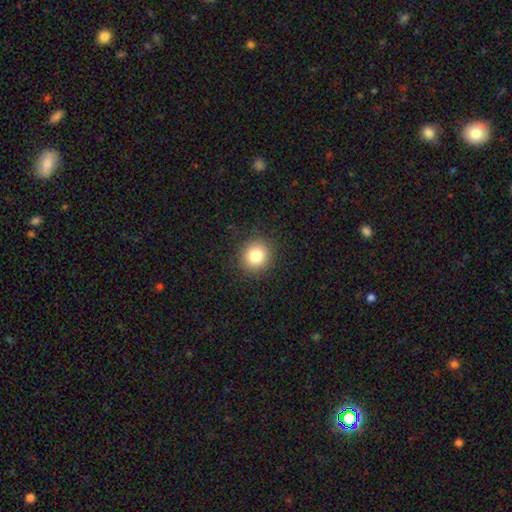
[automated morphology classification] Q: Smooth or featured?
A: smooth (82%); runner-up: star or artifact (11%)
Q: How rounded?
A: round (87%); runner-up: in between (12%)
Q: Merging?
A: none (89%); runner-up: minor disturbance (7%)